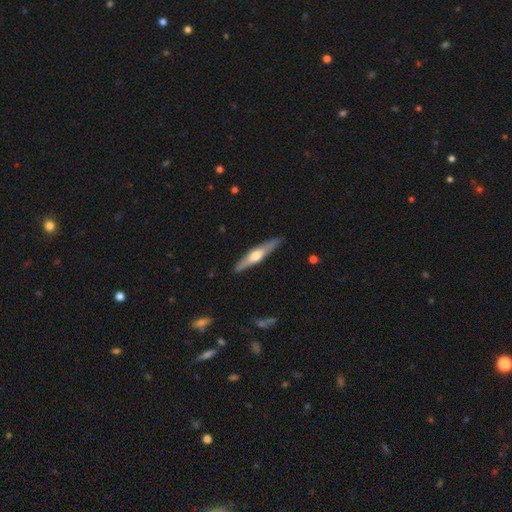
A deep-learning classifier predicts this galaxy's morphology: Smooth or featured? featured or disk (59%)
Edge-on disk? yes (95%)
Edge-on bulge? rounded (89%)
Merging? none (89%)